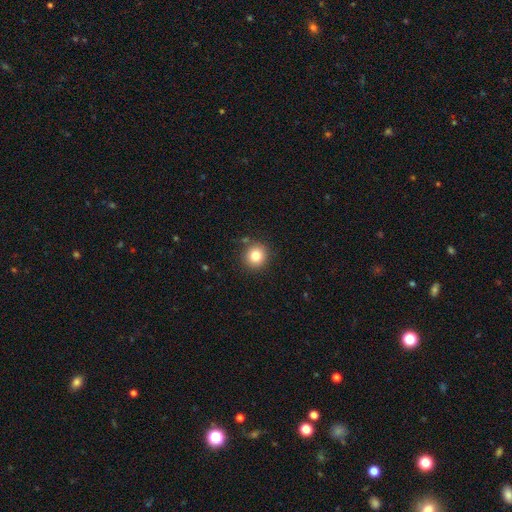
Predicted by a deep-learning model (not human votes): Q: Smooth or featured?
A: smooth (82%); runner-up: star or artifact (11%)
Q: How rounded?
A: round (91%); runner-up: in between (8%)
Q: Merging?
A: none (87%); runner-up: minor disturbance (8%)